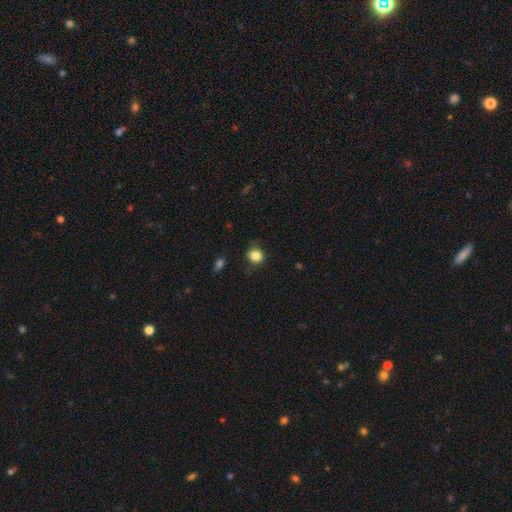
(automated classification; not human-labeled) A smooth galaxy with no disk features (84%) that is round (84%). Merging: none (78%).